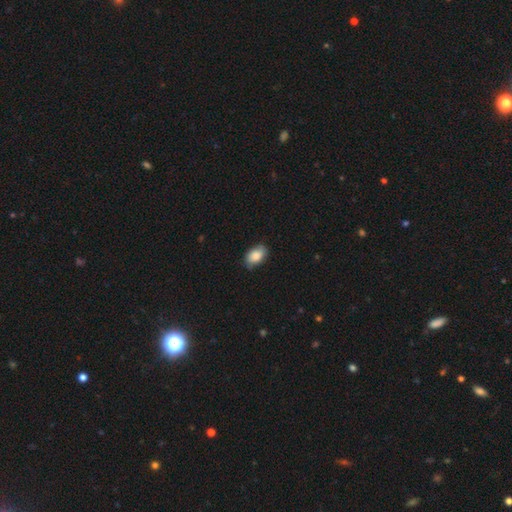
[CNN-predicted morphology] smooth-or-featured: smooth: 84% | featured or disk: 9% | star or artifact: 7%
  how-rounded: in between: 89% | round: 10% | cigar-shaped: 1%
  merging: none: 76% | minor disturbance: 19% | major disturbance: 3% | merger: 1%